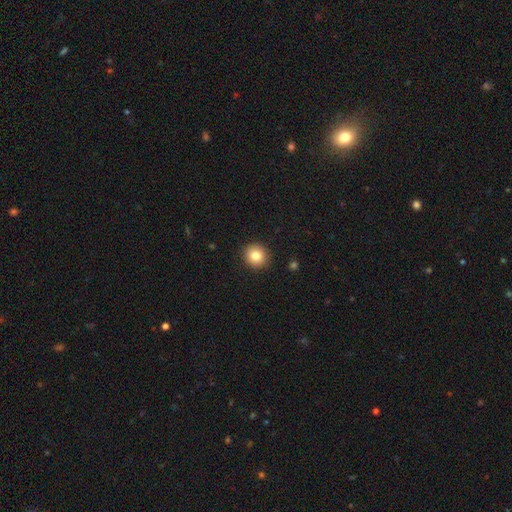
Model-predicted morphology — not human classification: Q: Smooth or featured?
A: smooth (81%); runner-up: star or artifact (10%)
Q: How rounded?
A: round (92%); runner-up: in between (7%)
Q: Merging?
A: none (92%); runner-up: minor disturbance (5%)